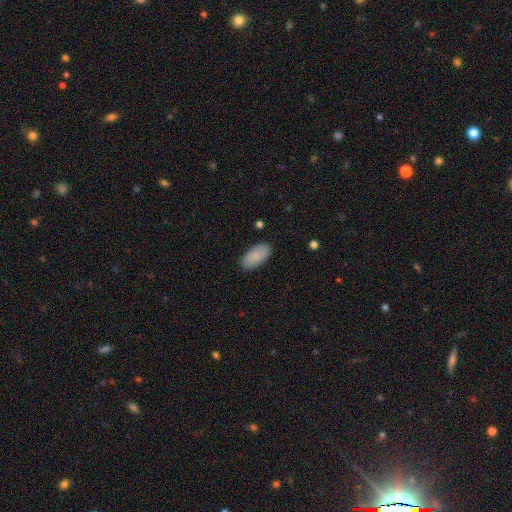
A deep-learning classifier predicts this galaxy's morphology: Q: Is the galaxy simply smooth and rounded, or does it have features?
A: smooth — 87%.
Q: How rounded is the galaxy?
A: in between — 93%.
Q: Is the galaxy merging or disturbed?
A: none — 88%.